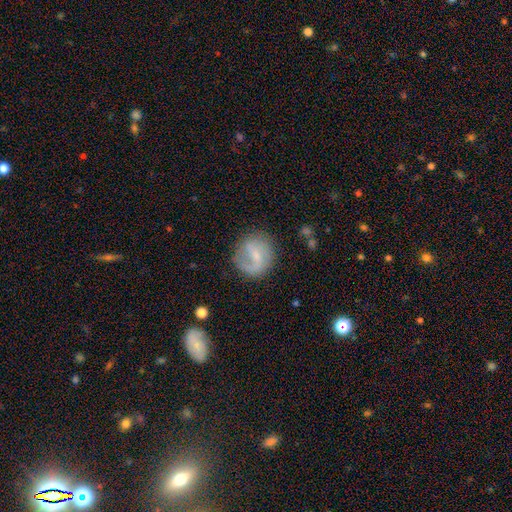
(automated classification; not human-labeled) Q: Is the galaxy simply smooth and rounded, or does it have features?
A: featured or disk — 62%.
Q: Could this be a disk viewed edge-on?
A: no — 97%.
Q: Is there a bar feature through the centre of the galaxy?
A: weak — 54%.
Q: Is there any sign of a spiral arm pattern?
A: yes — 83%.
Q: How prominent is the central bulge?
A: small — 62%.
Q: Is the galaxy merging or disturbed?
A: none — 70%.